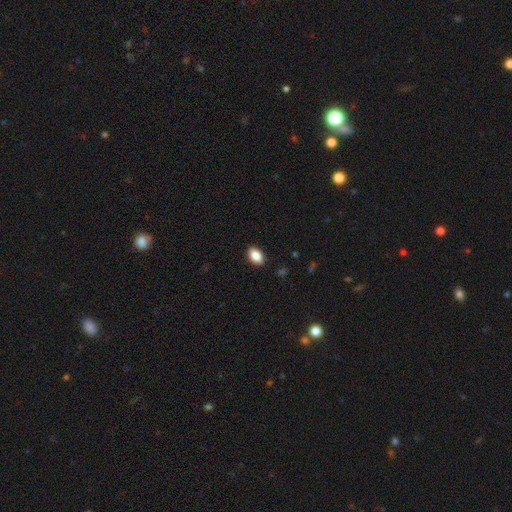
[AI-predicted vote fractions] Smooth or featured? Predicted: smooth (p=0.88). How rounded? Predicted: in between (p=0.89). Merging? Predicted: none (p=0.89).